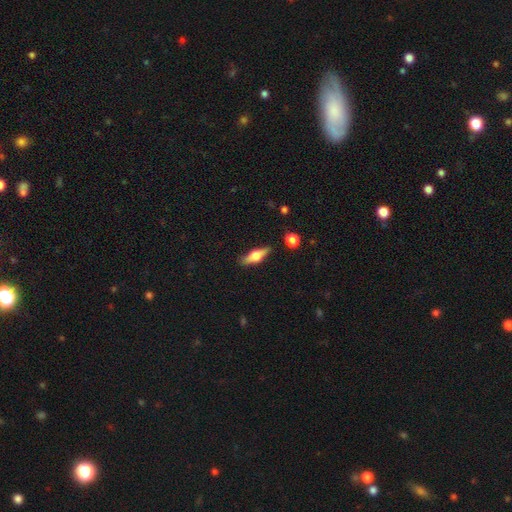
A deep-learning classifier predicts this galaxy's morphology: The model was most divided on "smooth or featured": featured or disk: 57%, smooth: 36%, star or artifact: 7%. More confident: edge-on bulge — rounded (93%); edge-on disk — yes (93%); merging — none (83%).